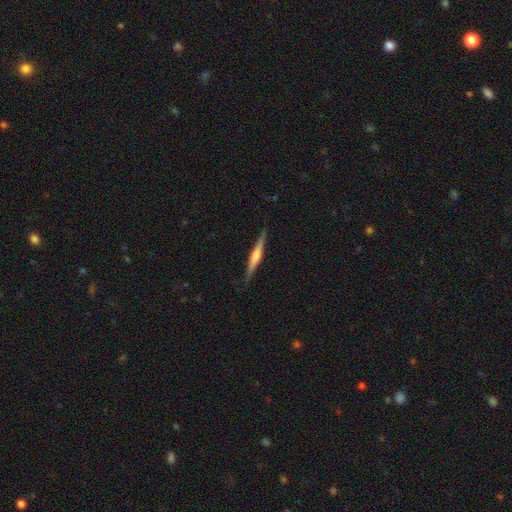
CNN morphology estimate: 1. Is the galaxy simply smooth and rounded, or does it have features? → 66% featured or disk, 28% smooth, 5% star or artifact.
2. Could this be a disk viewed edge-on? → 98% yes, 2% no.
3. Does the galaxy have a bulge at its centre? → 65% rounded, 20% boxy, 15% none.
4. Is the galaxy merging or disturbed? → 90% none, 7% minor disturbance, 1% major disturbance, 1% merger.